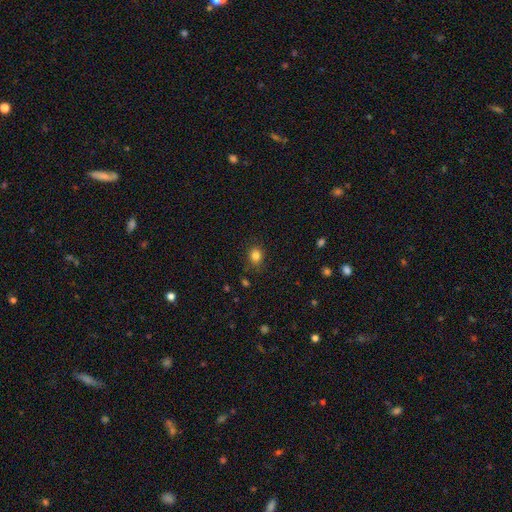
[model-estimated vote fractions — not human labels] smooth_or_featured: smooth (p=0.83) [alt: star or artifact p=0.12]
how_rounded: round (p=0.67) [alt: in between p=0.32]
merging: none (p=0.82) [alt: minor disturbance p=0.13]